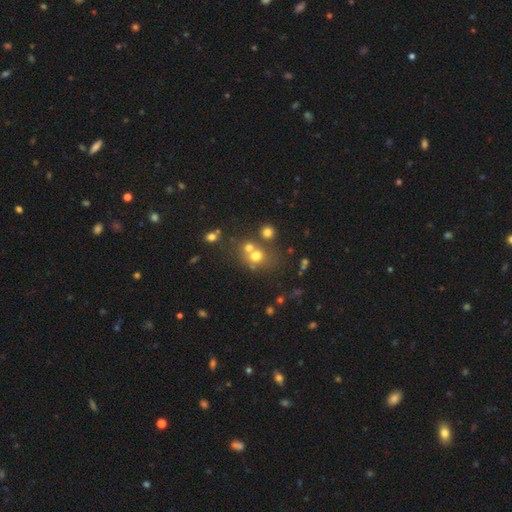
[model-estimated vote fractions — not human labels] This is likely a smooth galaxy (64%). How rounded: likely round (76%). Merging: possibly none (47%).